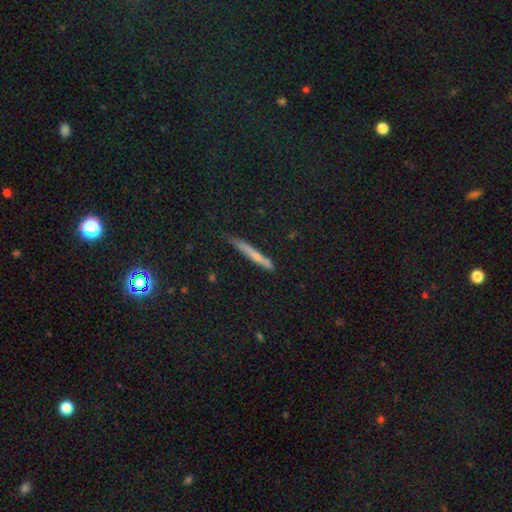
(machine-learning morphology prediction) This is possibly a smooth galaxy (57%). How rounded: clearly cigar-shaped (94%). Merging: likely none (73%).